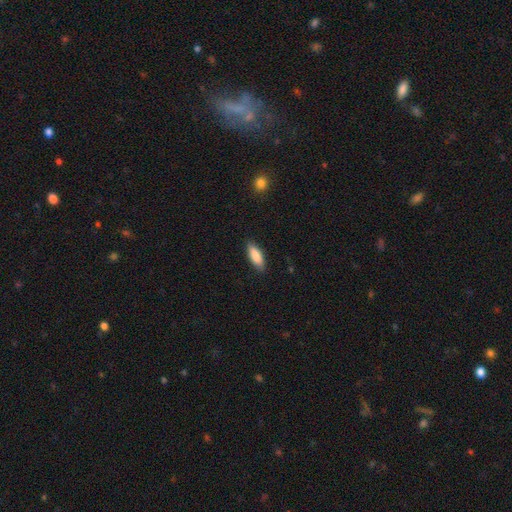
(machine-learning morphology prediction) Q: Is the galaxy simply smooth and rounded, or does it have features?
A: smooth — 86%.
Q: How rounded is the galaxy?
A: in between — 64%.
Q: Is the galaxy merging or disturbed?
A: none — 87%.